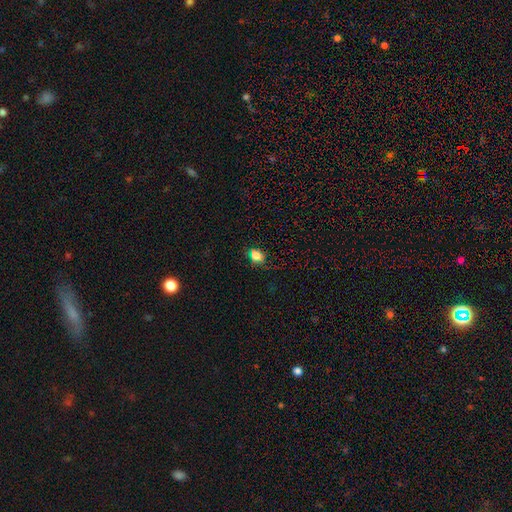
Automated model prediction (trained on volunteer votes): A smooth galaxy with no disk features (76%) that is in between round and cigar-shaped (62%). Merging: none (76%).